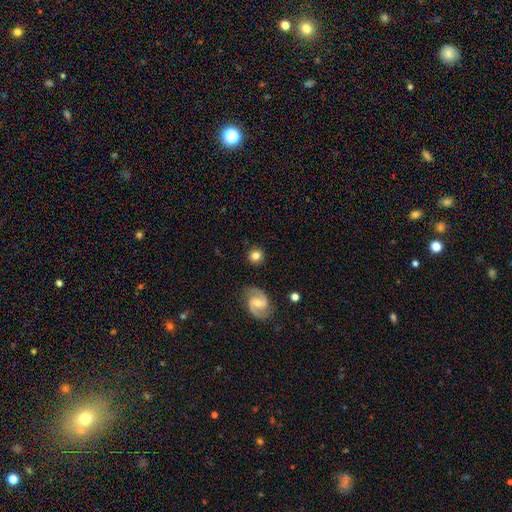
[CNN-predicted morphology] smooth 67%, featured or disk 25%, star or artifact 8%. Down the decision tree: how rounded — round (90%); merging — none (87%).